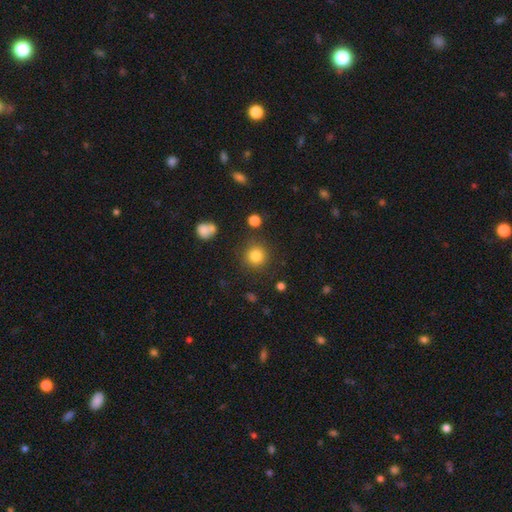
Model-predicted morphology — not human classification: Overall: smooth (83%). How rounded: round (93%). Merging: none (85%).